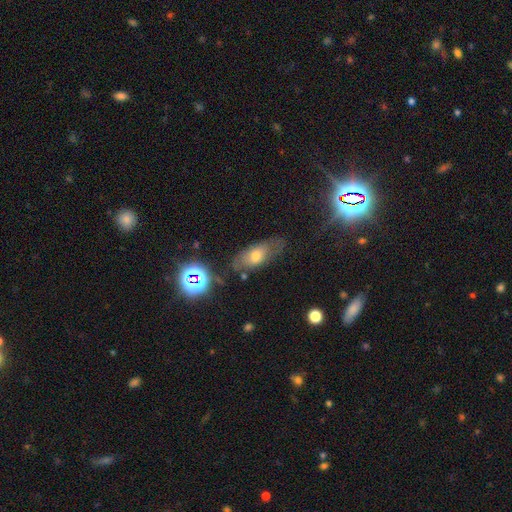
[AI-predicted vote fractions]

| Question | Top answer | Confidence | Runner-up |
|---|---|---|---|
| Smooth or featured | smooth | 57% | featured or disk (27%) |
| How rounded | in between | 79% | cigar-shaped (14%) |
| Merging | none | 65% | minor disturbance (23%) |